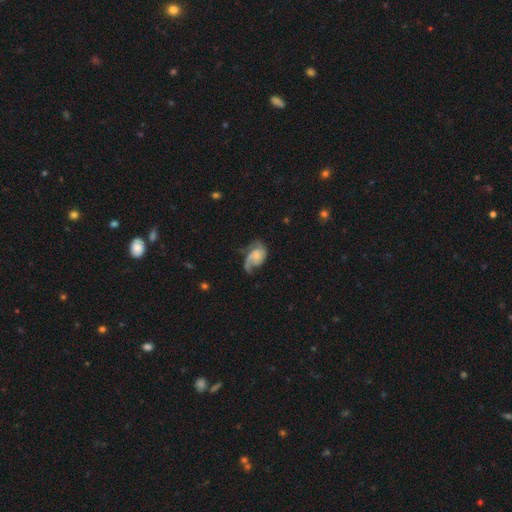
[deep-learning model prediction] Smooth or featured? featured or disk (69%)
Edge-on disk? no (97%)
Bar? no (67%)
Spiral arms? yes (90%)
Spiral winding? loose (42%)
Spiral arm count? 2 (59%)
Bulge size? none (36%)
Merging? none (39%)